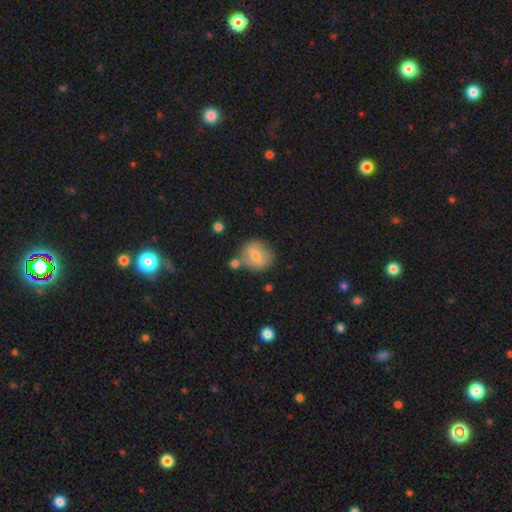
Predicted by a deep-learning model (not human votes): This is likely a smooth galaxy (65%). How rounded: likely round (75%). Merging: likely none (61%).